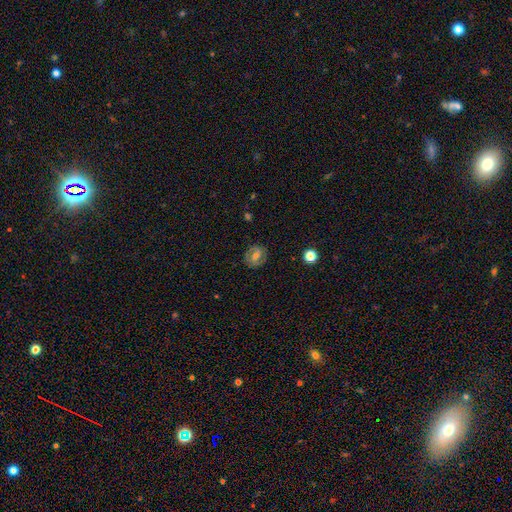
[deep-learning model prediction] This appears to be a featured or disk galaxy (58%) with a weak bar (48%), spiral arms (76%) and a moderate central bulge (53%). Merging: none (83%).